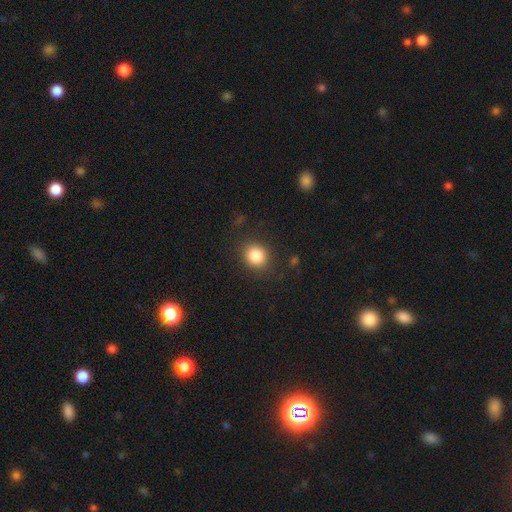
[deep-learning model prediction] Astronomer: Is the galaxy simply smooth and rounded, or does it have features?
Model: smooth — 85%.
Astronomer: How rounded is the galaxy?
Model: round — 75%.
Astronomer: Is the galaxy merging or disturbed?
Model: none — 85%.